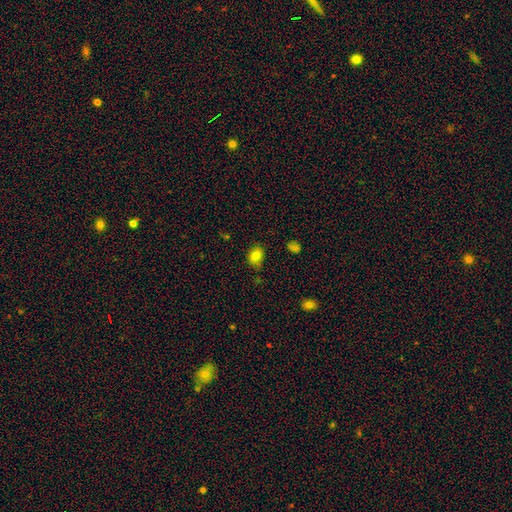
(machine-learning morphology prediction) Overall: smooth (81%). How rounded: in between (68%; round 30%). Merging: none (75%).